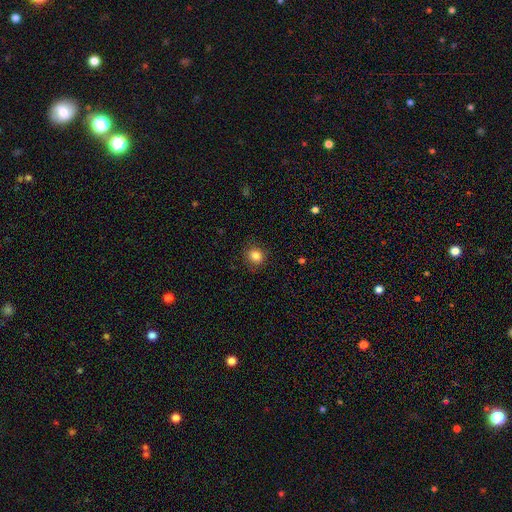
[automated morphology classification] Smooth or featured? smooth (85%)
How rounded? round (85%)
Merging? none (86%)